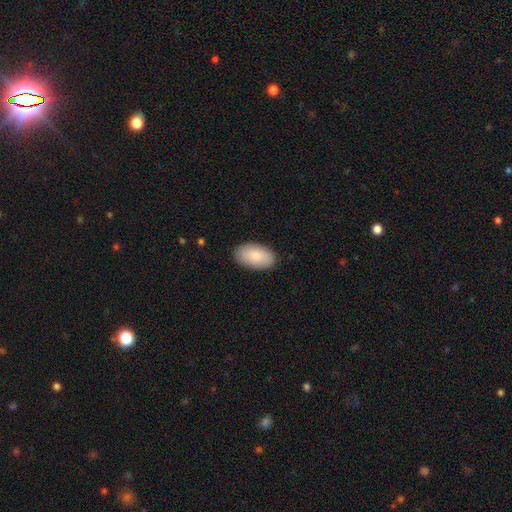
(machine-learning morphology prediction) type=smooth (84%); roundness=in between (95%); merging=none (87%).